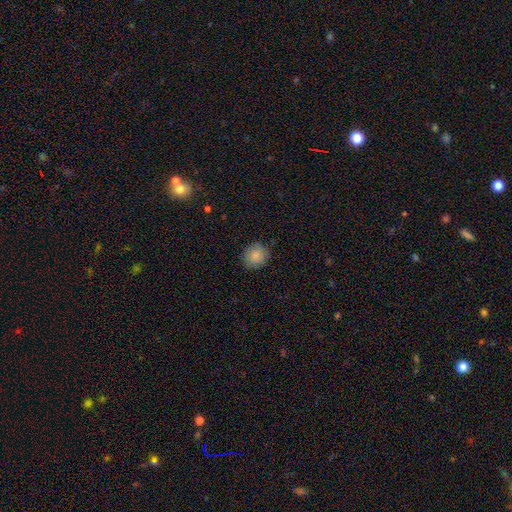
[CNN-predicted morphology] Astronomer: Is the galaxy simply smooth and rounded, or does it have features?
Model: smooth — 86%.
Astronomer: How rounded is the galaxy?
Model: round — 80%.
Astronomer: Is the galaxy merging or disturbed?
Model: none — 86%.